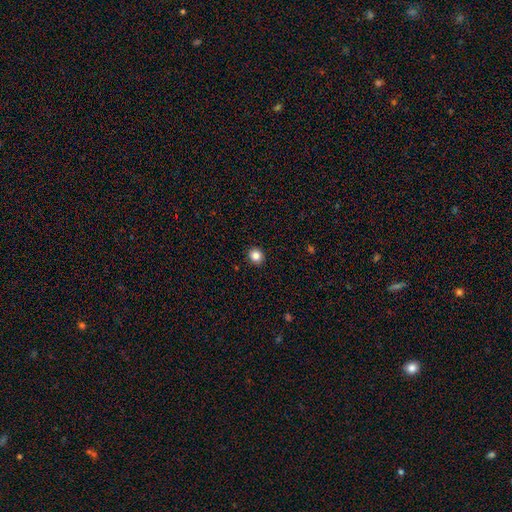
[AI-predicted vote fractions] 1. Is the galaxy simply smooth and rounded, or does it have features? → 85% smooth, 11% star or artifact, 4% featured or disk.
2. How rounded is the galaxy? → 88% round, 12% in between, 1% cigar-shaped.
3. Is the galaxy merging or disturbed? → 92% none, 5% minor disturbance, 2% major disturbance, 1% merger.